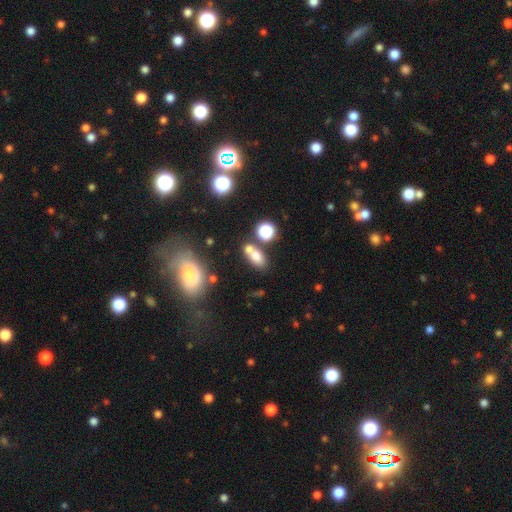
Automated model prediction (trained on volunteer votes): smooth 69%, star or artifact 17%, featured or disk 14%. Down the decision tree: how rounded — in between (74%); merging — none (44%).